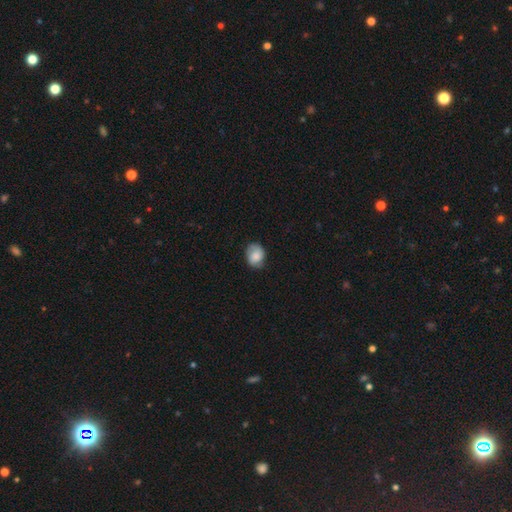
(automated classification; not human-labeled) A smooth galaxy with no disk features (75%) that is round (50%).

Vote fractions:
- Smooth or featured? smooth: 75% / featured or disk: 17% / star or artifact: 8%
- How rounded? round: 50% / in between: 49% / cigar-shaped: 1%
- Merging? none: 69% / minor disturbance: 24% / major disturbance: 6% / merger: 1%